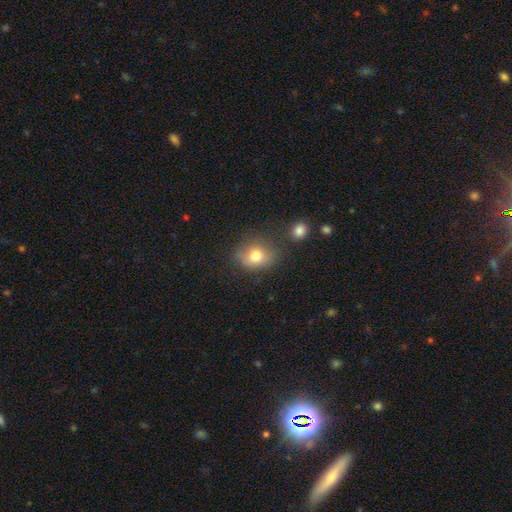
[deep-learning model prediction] The model was most divided on "how rounded": round: 51%, in between: 47%, cigar-shaped: 1%. More confident: smooth or featured — smooth (76%); merging — none (65%).